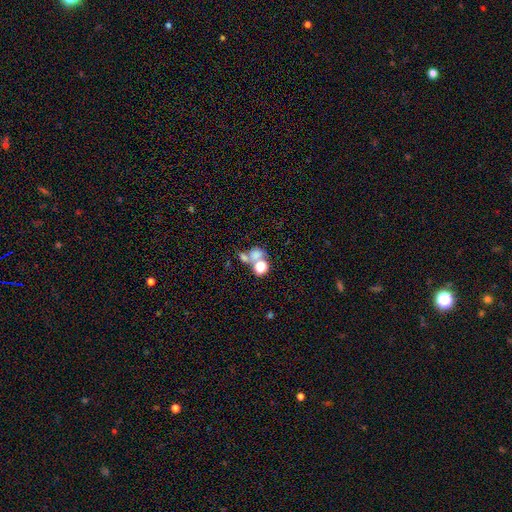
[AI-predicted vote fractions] smooth 64%, star or artifact 19%, featured or disk 18%. Down the decision tree: how rounded — round (54%); merging — merger (55%).